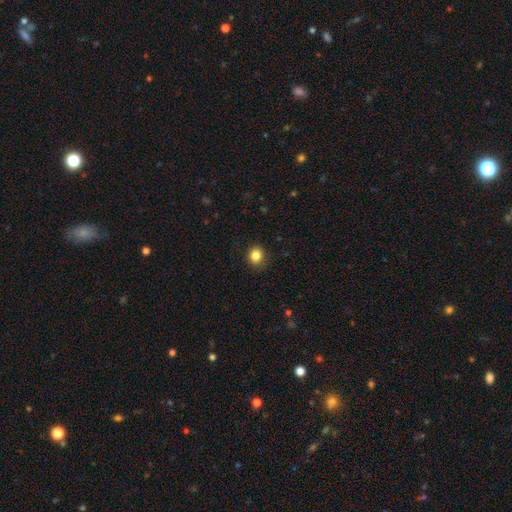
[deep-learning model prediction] Morphology: type=smooth (84%); roundness=round (77%); merging=none (88%).